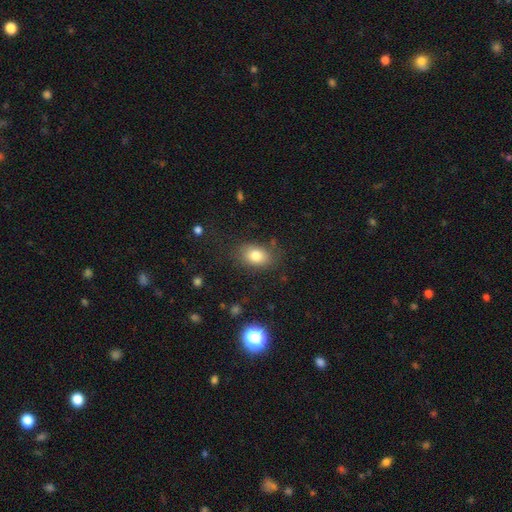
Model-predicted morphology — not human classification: A smooth galaxy with no disk features (80%) that is in between round and cigar-shaped (79%).

Vote fractions:
- Smooth or featured? smooth: 80% / featured or disk: 11% / star or artifact: 10%
- How rounded? in between: 79% / round: 20% / cigar-shaped: 1%
- Merging? none: 80% / minor disturbance: 13% / major disturbance: 5% / merger: 2%